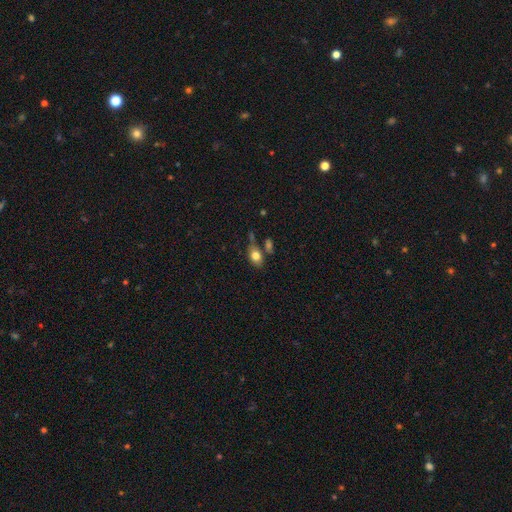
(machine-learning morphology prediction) smooth-or-featured: smooth: 79% | featured or disk: 12% | star or artifact: 9%
  how-rounded: in between: 80% | round: 18% | cigar-shaped: 2%
  merging: none: 55% | minor disturbance: 21% | merger: 17% | major disturbance: 8%